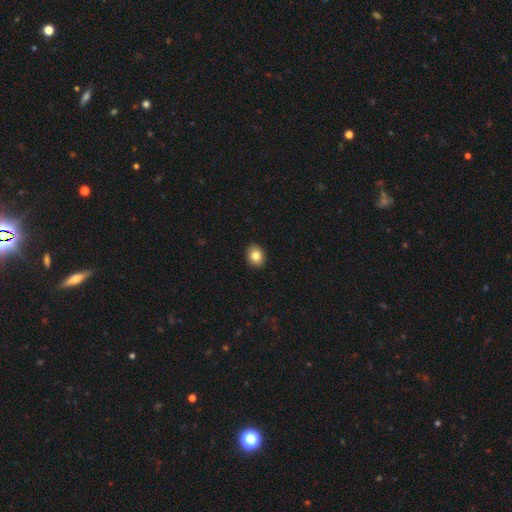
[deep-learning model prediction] This is clearly a smooth galaxy (84%). How rounded: possibly round (51%). Merging: clearly none (91%).